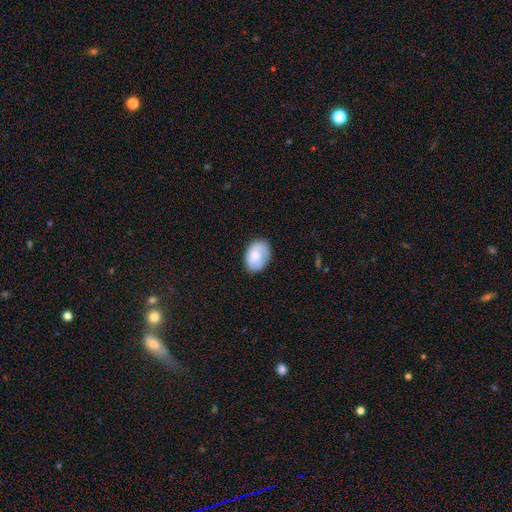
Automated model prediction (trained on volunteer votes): Smooth or featured? Predicted: smooth (p=0.71). How rounded? Predicted: in between (p=0.81). Merging? Predicted: none (p=0.76).